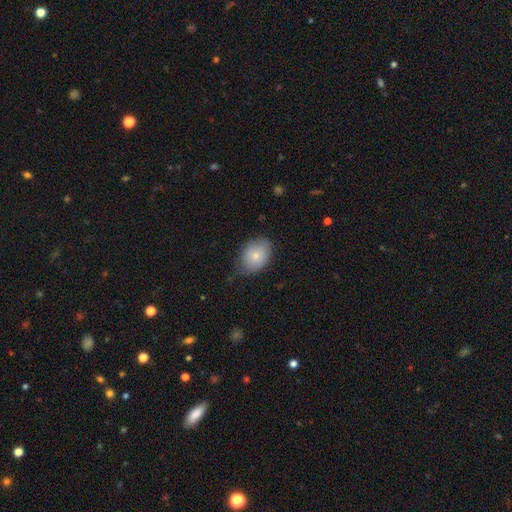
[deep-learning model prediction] Smooth or featured? Predicted: smooth (p=0.80). How rounded? Predicted: in between (p=0.77). Merging? Predicted: none (p=0.71).